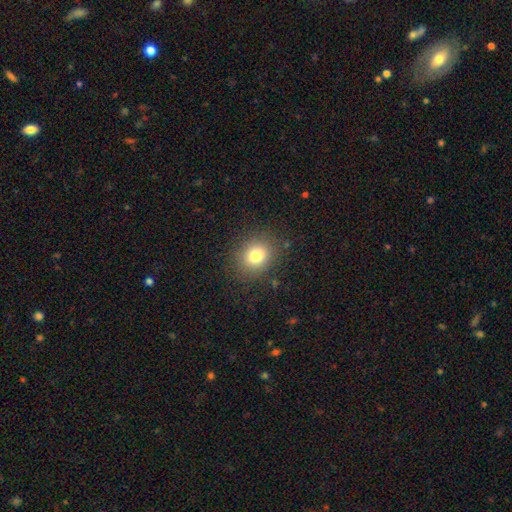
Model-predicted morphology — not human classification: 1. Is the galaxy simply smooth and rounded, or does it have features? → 77% smooth, 13% star or artifact, 10% featured or disk.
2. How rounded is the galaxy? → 74% round, 26% in between, 1% cigar-shaped.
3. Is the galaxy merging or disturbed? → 85% none, 9% minor disturbance, 4% major disturbance, 1% merger.